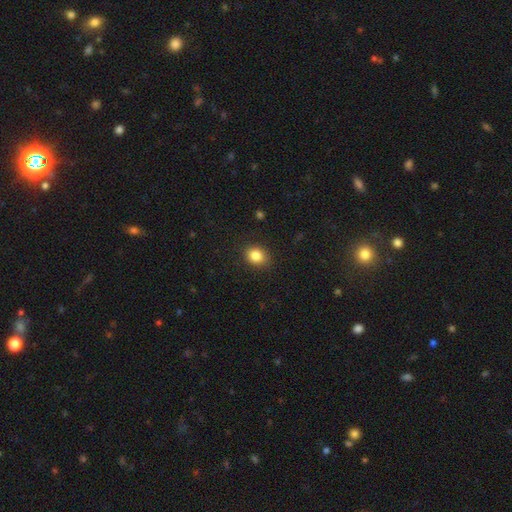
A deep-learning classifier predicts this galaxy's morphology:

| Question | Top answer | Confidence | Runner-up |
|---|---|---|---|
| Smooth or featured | smooth | 84% | star or artifact (10%) |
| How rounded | round | 55% | in between (44%) |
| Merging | none | 86% | minor disturbance (10%) |